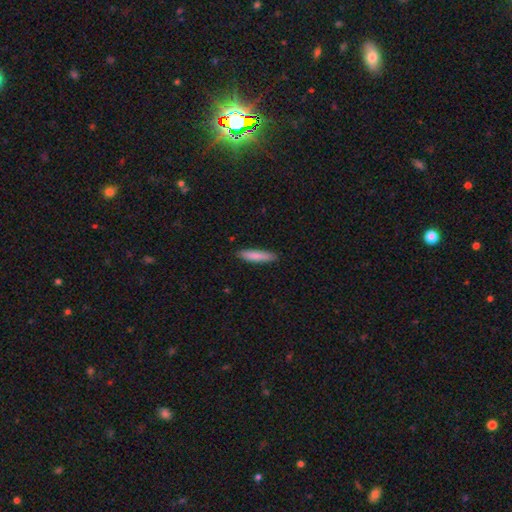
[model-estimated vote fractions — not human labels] This appears to be a smooth galaxy with no disk features (84%) that is cigar-shaped (82%). Merging: none (88%).